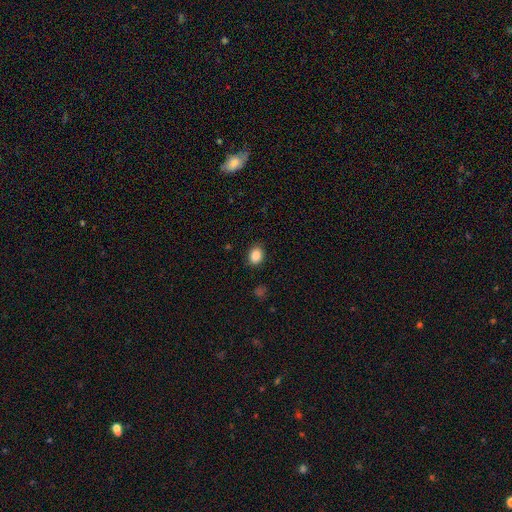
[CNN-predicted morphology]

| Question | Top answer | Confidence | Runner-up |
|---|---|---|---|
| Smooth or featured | smooth | 88% | star or artifact (9%) |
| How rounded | in between | 59% | round (40%) |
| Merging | none | 86% | minor disturbance (10%) |